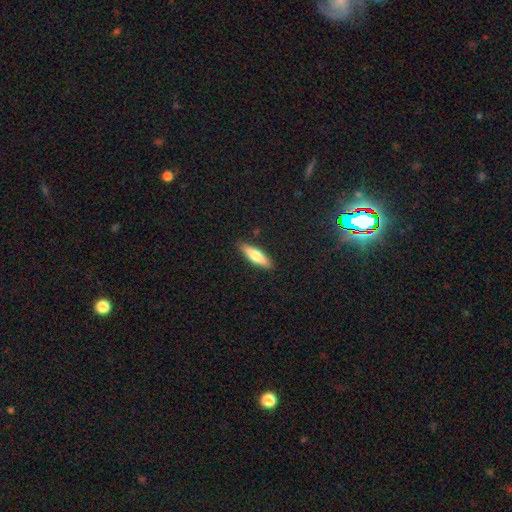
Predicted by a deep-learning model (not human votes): The model was most divided on "how rounded": cigar-shaped: 66%, in between: 33%, round: 2%. More confident: merging — none (89%); smooth or featured — smooth (64%).